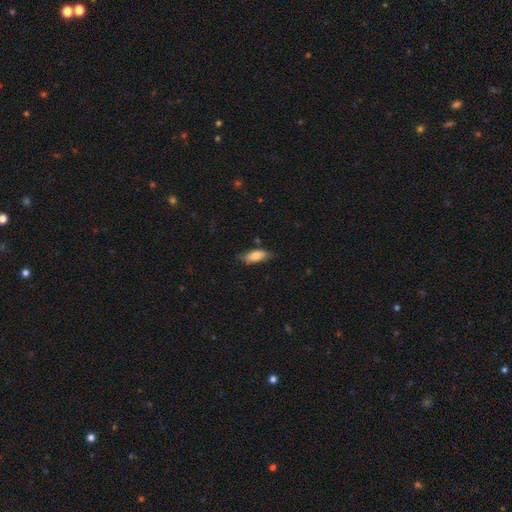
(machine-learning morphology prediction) A smooth galaxy with no disk features (78%) that is in between round and cigar-shaped (79%).

Vote fractions:
- Smooth or featured? smooth: 78% / featured or disk: 16% / star or artifact: 6%
- How rounded? in between: 79% / cigar-shaped: 19% / round: 2%
- Merging? none: 71% / minor disturbance: 23% / major disturbance: 4% / merger: 2%